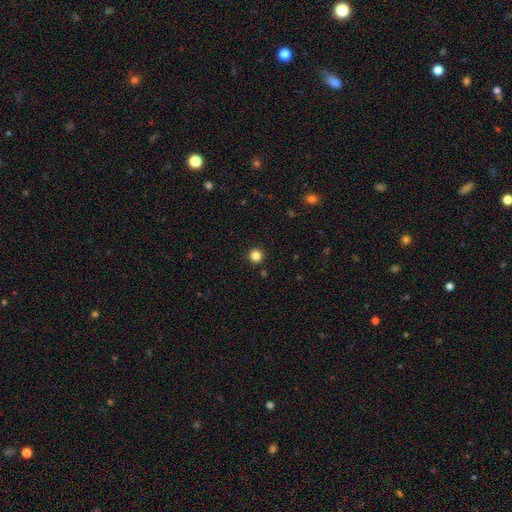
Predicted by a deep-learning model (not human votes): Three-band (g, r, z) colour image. It shows a smooth galaxy with no disk features (84%) that is round (95%). Merging: none (92%).